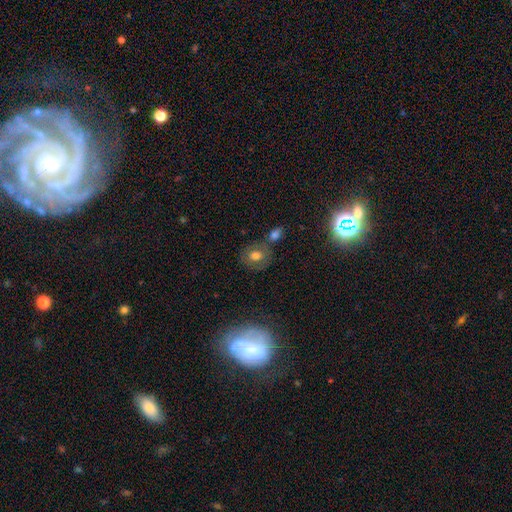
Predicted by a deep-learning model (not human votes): Morphology: type=smooth (65%); roundness=round (59%); merging=none (65%).